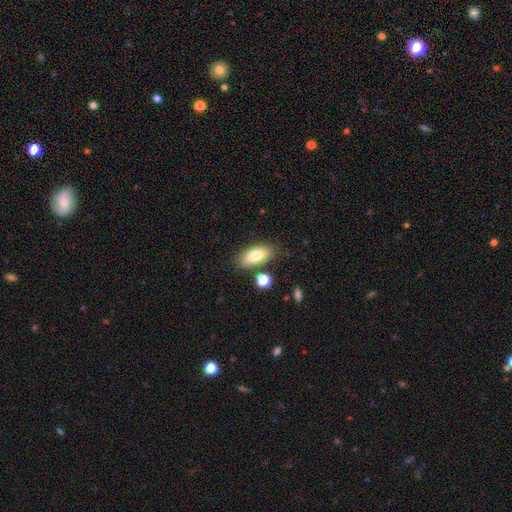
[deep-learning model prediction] smooth 81%, featured or disk 11%, star or artifact 7%. Down the decision tree: how rounded — in between (84%); merging — none (77%).